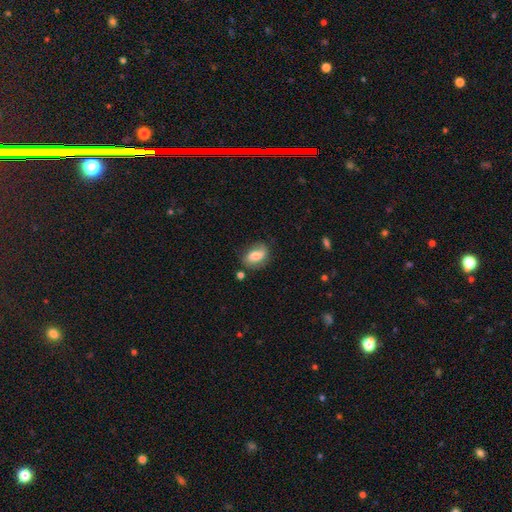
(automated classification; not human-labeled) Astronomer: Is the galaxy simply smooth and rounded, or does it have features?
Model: smooth — 69%.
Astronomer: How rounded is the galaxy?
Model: in between — 87%.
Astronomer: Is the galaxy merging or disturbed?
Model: none — 61%.